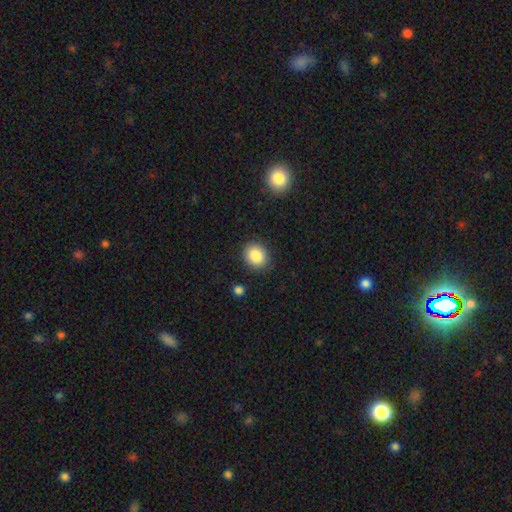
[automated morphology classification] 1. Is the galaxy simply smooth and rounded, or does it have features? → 86% smooth, 9% star or artifact, 5% featured or disk.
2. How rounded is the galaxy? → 65% round, 35% in between, 1% cigar-shaped.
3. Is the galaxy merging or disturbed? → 87% none, 9% minor disturbance, 2% major disturbance, 2% merger.